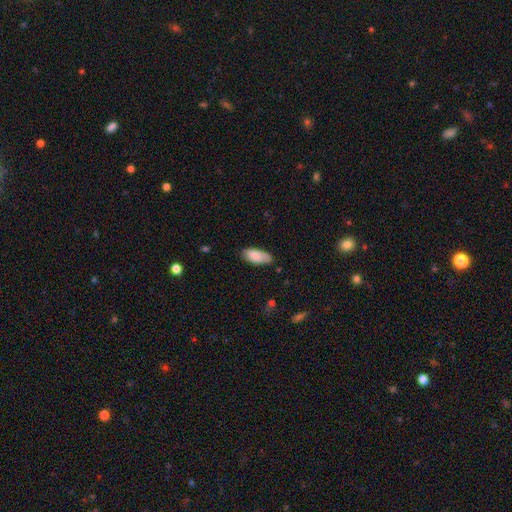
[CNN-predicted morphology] smooth_or_featured: smooth (p=0.84) [alt: featured or disk p=0.09]
how_rounded: in between (p=0.86) [alt: cigar-shaped p=0.12]
merging: none (p=0.72) [alt: minor disturbance p=0.22]